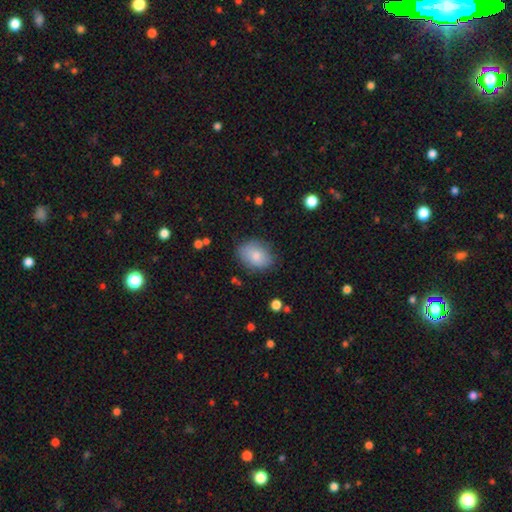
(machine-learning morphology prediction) smooth 81%, featured or disk 12%, star or artifact 7%. Down the decision tree: how rounded — in between (74%); merging — none (77%).